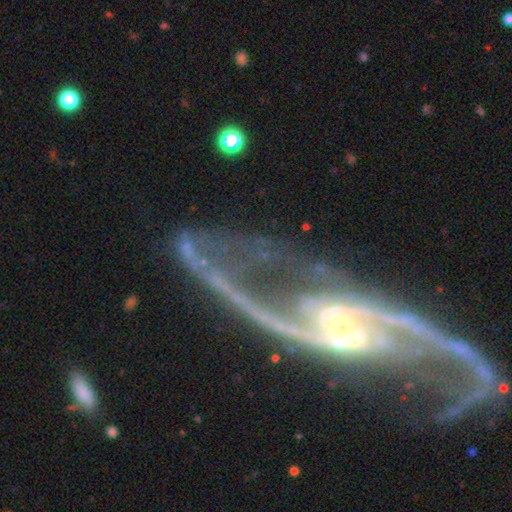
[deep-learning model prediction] The model was most divided on "bar": weak: 39%, no: 31%, strong: 30%. More confident: spiral arms — yes (98%); edge-on disk — no (95%); smooth or featured — featured or disk (92%); spiral arm count — 2 (92%); bulge size — small (72%); merging — none (63%); spiral winding — loose (58%).